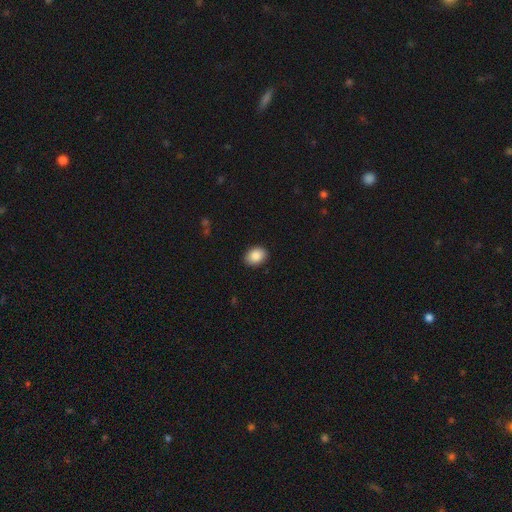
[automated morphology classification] smooth-or-featured: smooth: 88% | star or artifact: 8% | featured or disk: 4%
  how-rounded: in between: 72% | round: 27% | cigar-shaped: 1%
  merging: none: 89% | minor disturbance: 8% | major disturbance: 2% | merger: 1%